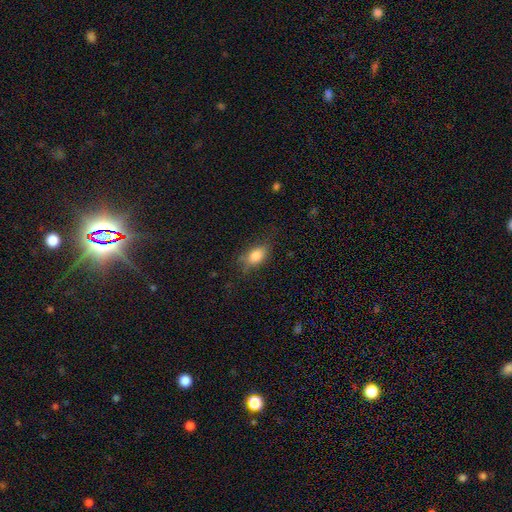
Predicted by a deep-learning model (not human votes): This is likely a smooth galaxy (80%). How rounded: clearly in between (84%). Merging: likely none (67%).